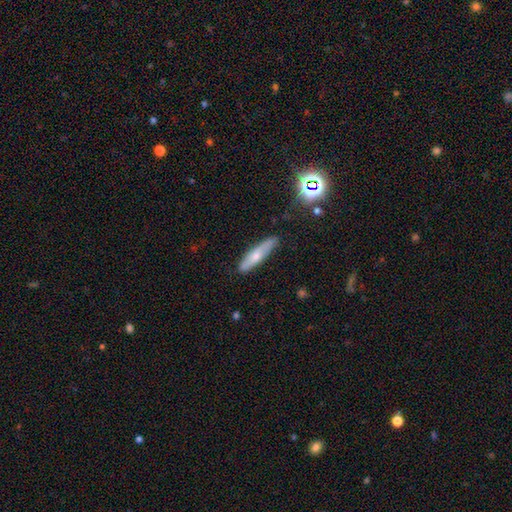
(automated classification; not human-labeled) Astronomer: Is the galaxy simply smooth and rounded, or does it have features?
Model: smooth — 60%.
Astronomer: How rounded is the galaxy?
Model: cigar-shaped — 79%.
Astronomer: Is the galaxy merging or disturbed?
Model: none — 80%.